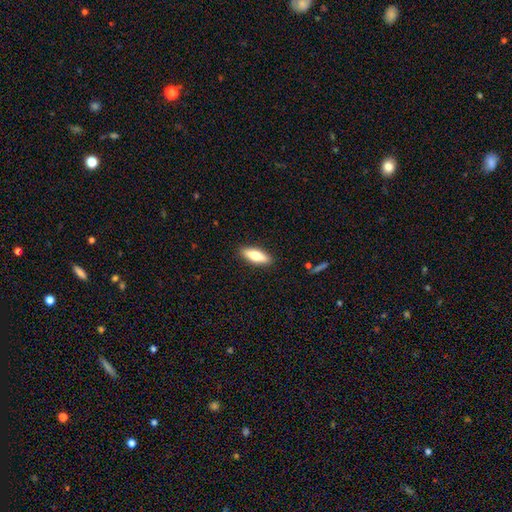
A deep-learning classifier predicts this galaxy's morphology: The model was most divided on "how rounded": in between: 60%, cigar-shaped: 38%, round: 2%. More confident: merging — none (89%); smooth or featured — smooth (70%).